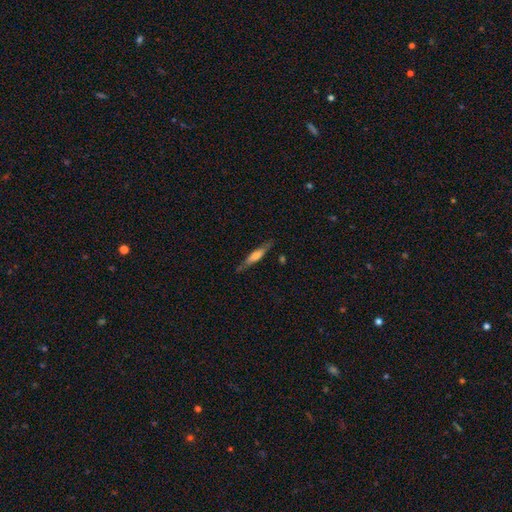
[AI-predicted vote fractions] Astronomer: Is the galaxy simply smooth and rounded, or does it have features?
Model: smooth — 49% (runner-up: featured or disk, 45%).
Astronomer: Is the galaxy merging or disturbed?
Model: none — 78%.